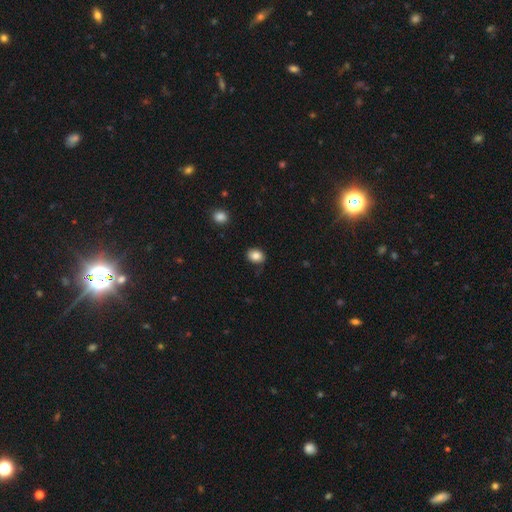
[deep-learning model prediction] smooth-or-featured: smooth: 85% | star or artifact: 9% | featured or disk: 6%
  how-rounded: in between: 60% | round: 39% | cigar-shaped: 1%
  merging: none: 80% | minor disturbance: 15% | major disturbance: 3% | merger: 2%